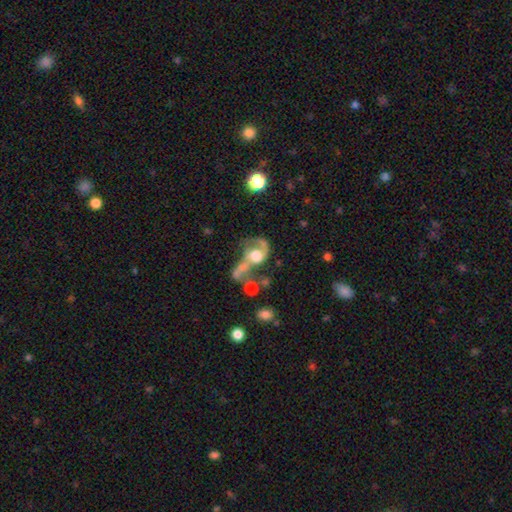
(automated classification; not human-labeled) A featured or disk galaxy (66%) with no bar (73%), spiral arms (76%) and a large central bulge (41%). Merging: merger (43%).